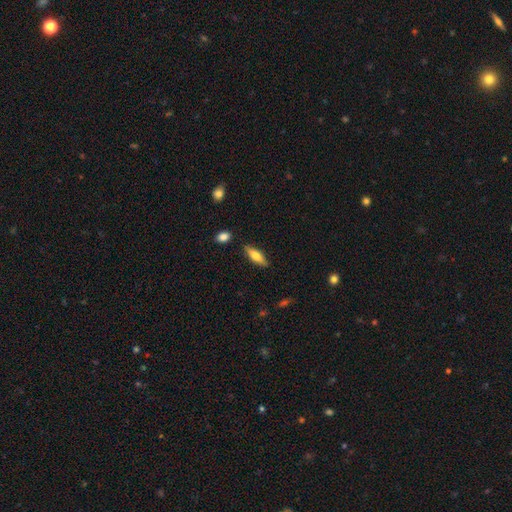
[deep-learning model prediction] Morphology: type=smooth (60%); roundness=cigar-shaped (50%); merging=none (85%).